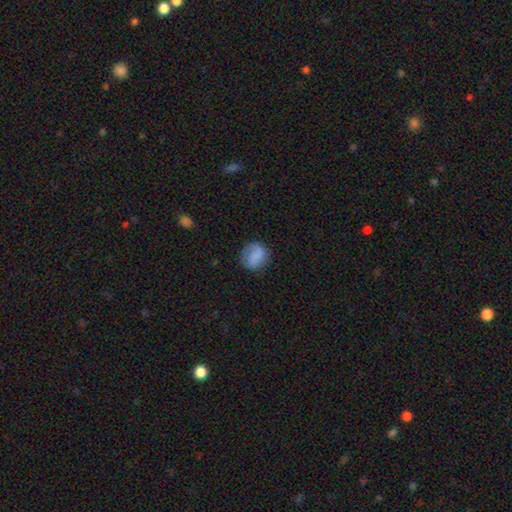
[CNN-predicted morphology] Smooth or featured? Predicted: smooth (p=0.76). How rounded? Predicted: round (p=0.70). Merging? Predicted: none (p=0.71).